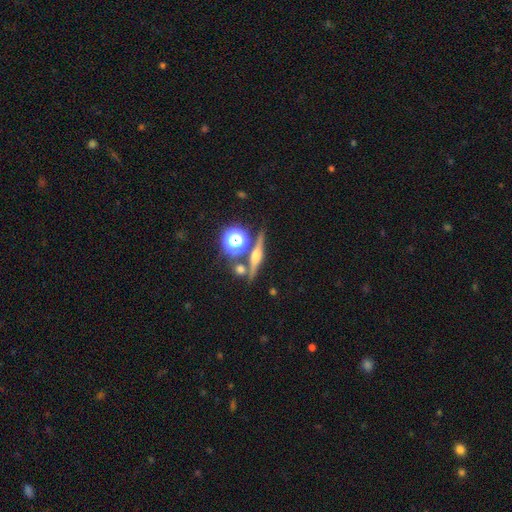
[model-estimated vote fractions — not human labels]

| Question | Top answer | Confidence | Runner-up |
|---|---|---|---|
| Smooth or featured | featured or disk | 67% | smooth (19%) |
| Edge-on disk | yes | 94% | no (6%) |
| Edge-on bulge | rounded | 91% | boxy (6%) |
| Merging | none | 80% | merger (9%) |